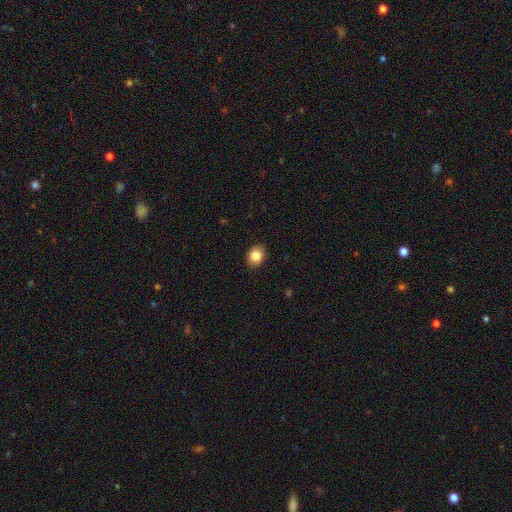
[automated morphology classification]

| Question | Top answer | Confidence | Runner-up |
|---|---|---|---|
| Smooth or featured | smooth | 85% | star or artifact (9%) |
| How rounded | in between | 56% | round (43%) |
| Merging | none | 88% | minor disturbance (9%) |